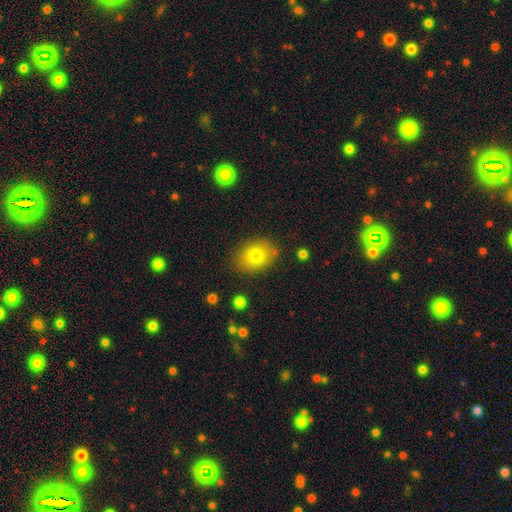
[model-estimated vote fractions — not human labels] A smooth galaxy with no disk features (78%) that is in between round and cigar-shaped (62%).

Vote fractions:
- Smooth or featured? smooth: 78% / featured or disk: 12% / star or artifact: 10%
- How rounded? in between: 62% / round: 37% / cigar-shaped: 1%
- Merging? none: 81% / minor disturbance: 13% / major disturbance: 4% / merger: 3%